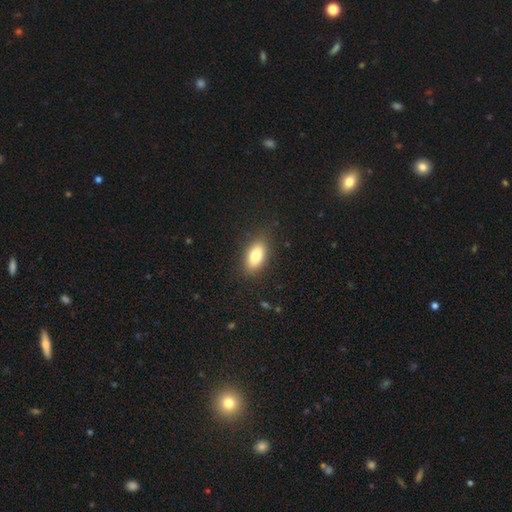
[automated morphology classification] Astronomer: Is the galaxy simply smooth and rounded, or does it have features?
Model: smooth — 81%.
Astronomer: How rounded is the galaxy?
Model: in between — 89%.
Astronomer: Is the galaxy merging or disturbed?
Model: none — 86%.